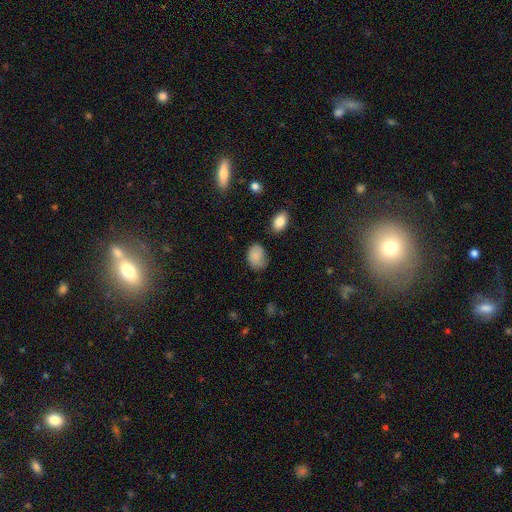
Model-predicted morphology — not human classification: Q: Smooth or featured?
A: smooth (84%); runner-up: star or artifact (8%)
Q: How rounded?
A: in between (73%); runner-up: round (25%)
Q: Merging?
A: none (61%); runner-up: minor disturbance (30%)